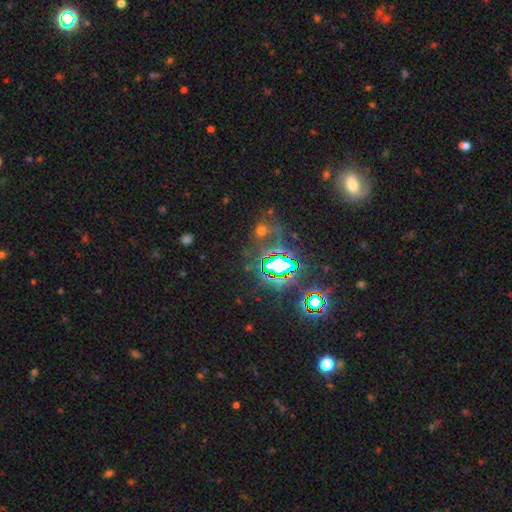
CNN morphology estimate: This is likely a star or artifact rather than a galaxy (76%).